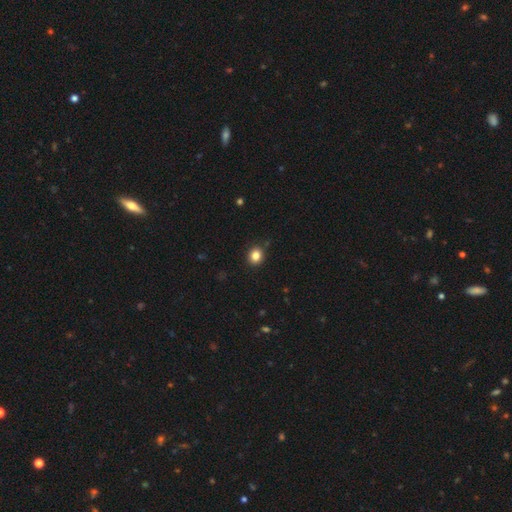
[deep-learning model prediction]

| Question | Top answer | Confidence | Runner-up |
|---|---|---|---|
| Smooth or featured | smooth | 84% | star or artifact (11%) |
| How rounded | round | 75% | in between (24%) |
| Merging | none | 88% | minor disturbance (8%) |